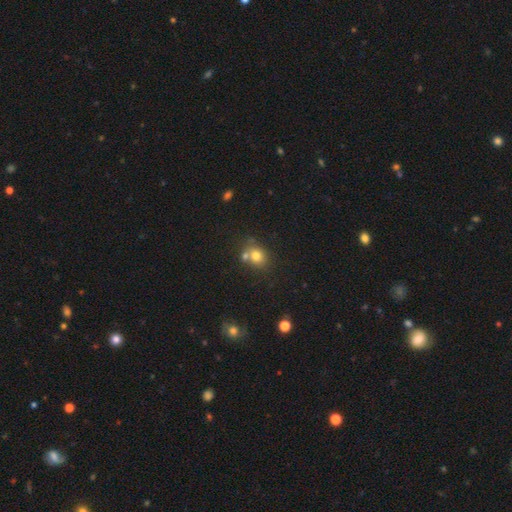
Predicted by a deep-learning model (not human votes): A smooth galaxy with no disk features (76%) that is round (62%).

Vote fractions:
- Smooth or featured? smooth: 76% / star or artifact: 13% / featured or disk: 11%
- How rounded? round: 62% / in between: 37% / cigar-shaped: 1%
- Merging? none: 52% / merger: 31% / minor disturbance: 12% / major disturbance: 5%